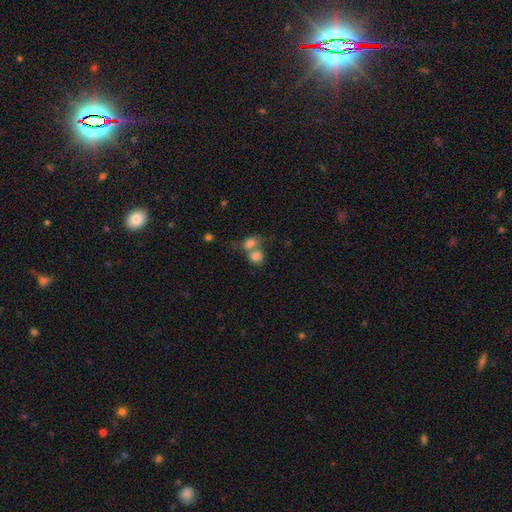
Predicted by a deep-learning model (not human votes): Overall: smooth (80%). How rounded: round (62%; in between 36%). Merging: merger (61%; none 27%).